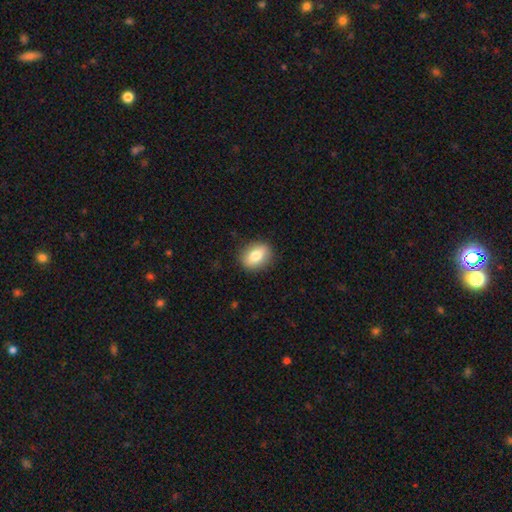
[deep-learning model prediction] Morphology: type=smooth (75%); roundness=in between (67%); merging=none (87%).